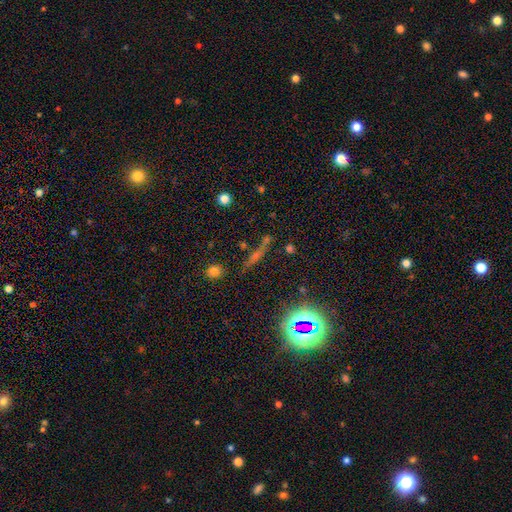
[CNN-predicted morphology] Smooth or featured?
  - star or artifact: 40% *
  - featured or disk: 30%
  - smooth: 30%